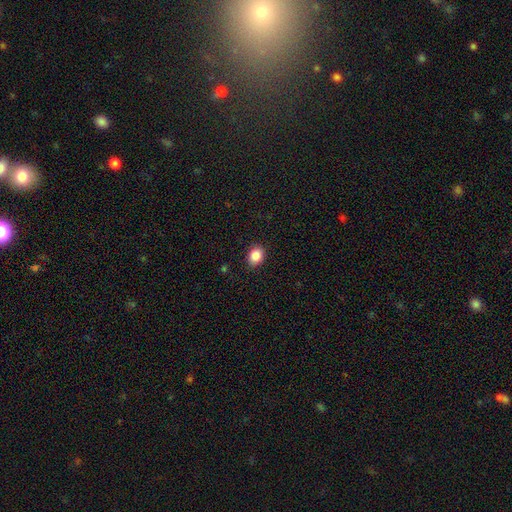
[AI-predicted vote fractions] This appears to be a smooth galaxy with no disk features (86%) that is in between round and cigar-shaped (51%). Merging: none (89%).